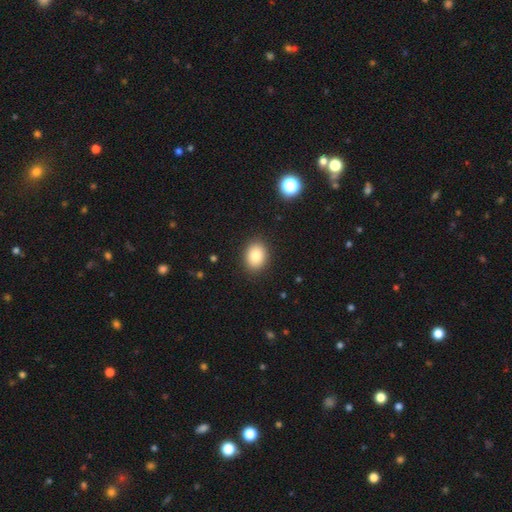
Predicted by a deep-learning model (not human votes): smooth_or_featured: smooth (p=0.85) [alt: star or artifact p=0.09]
how_rounded: in between (p=0.61) [alt: round p=0.38]
merging: none (p=0.89) [alt: minor disturbance p=0.08]